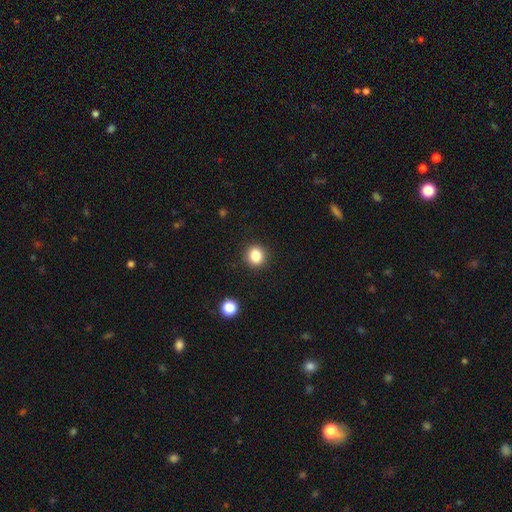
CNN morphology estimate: This appears to be a smooth galaxy with no disk features (84%) that is round (83%). Merging: none (91%).